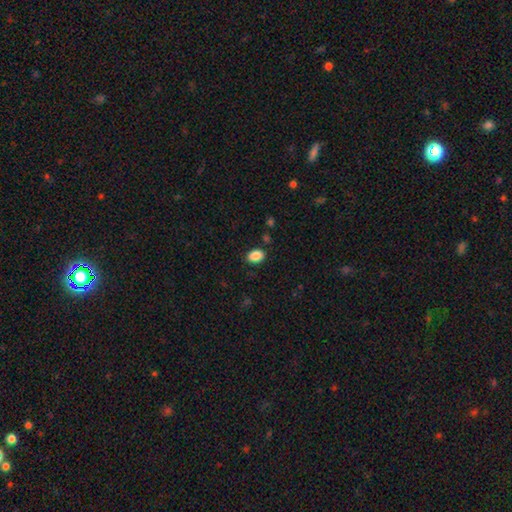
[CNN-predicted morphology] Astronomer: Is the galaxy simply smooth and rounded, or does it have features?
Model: smooth — 88%.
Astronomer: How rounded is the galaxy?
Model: in between — 83%.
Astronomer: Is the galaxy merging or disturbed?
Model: none — 86%.